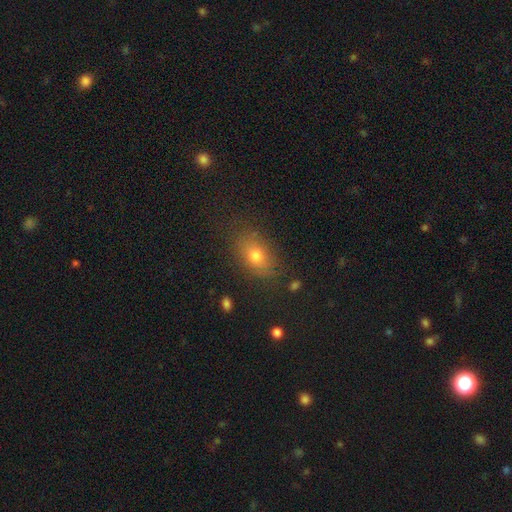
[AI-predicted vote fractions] This is likely a smooth galaxy (74%). How rounded: likely in between (78%). Merging: likely none (78%).